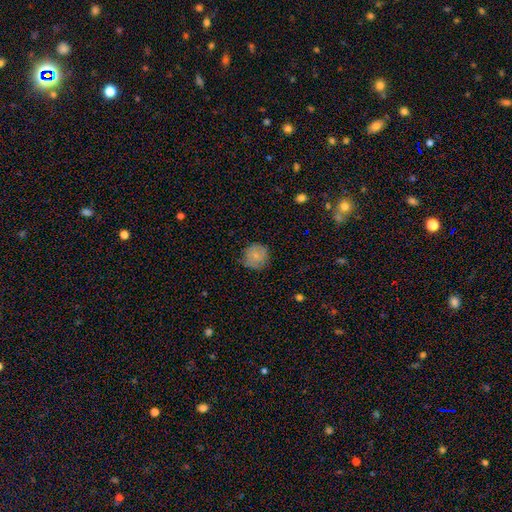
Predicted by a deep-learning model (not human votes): smooth_or_featured: smooth (p=0.75) [alt: featured or disk p=0.16]
how_rounded: round (p=0.91) [alt: in between p=0.08]
merging: none (p=0.76) [alt: minor disturbance p=0.19]